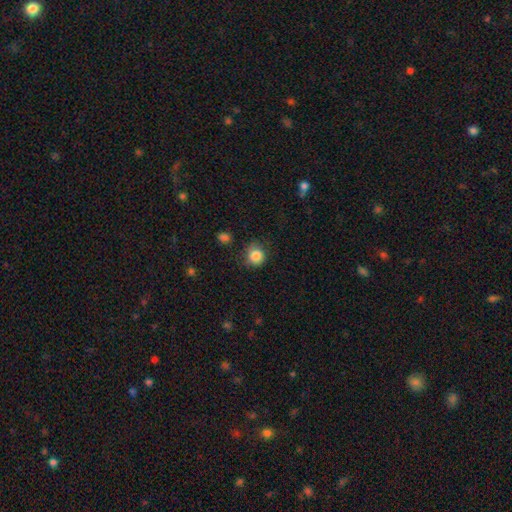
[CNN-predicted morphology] smooth 86%, star or artifact 9%, featured or disk 5%. Down the decision tree: how rounded — round (86%); merging — none (72%).